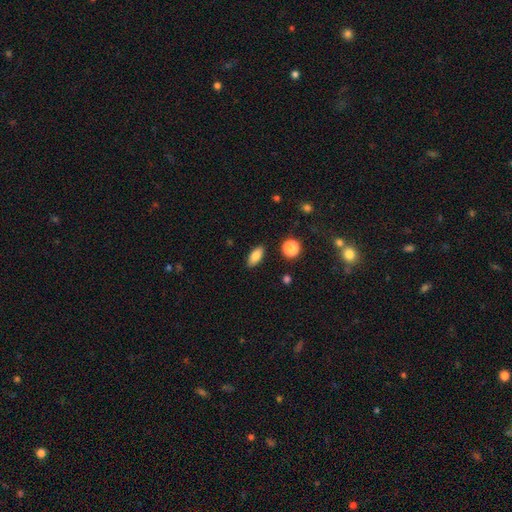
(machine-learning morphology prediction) Overall: smooth (82%). How rounded: in between (85%). Merging: none (88%).